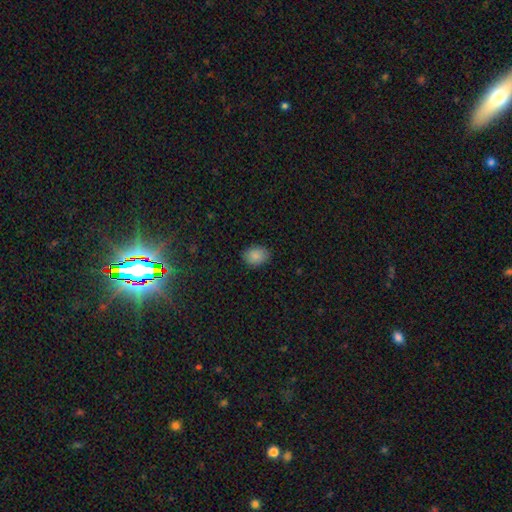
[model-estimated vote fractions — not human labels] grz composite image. It shows a smooth galaxy with no disk features (87%) that is in between round and cigar-shaped (60%). Merging: none (86%).